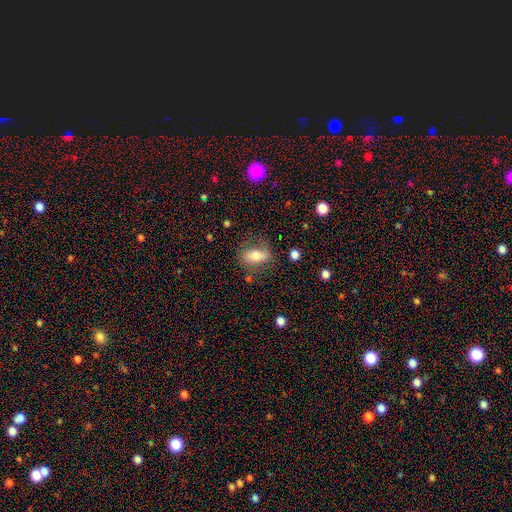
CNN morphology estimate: Overall: smooth (63%; featured or disk 27%). How rounded: in between (79%). Merging: none (66%).